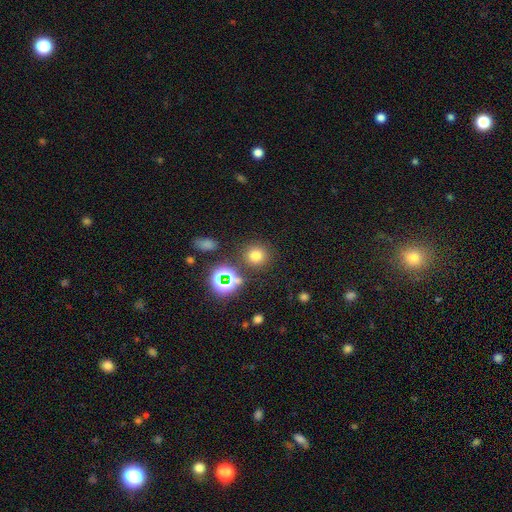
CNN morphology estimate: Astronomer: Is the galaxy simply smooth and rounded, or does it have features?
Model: smooth — 70%.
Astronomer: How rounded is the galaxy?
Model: round — 89%.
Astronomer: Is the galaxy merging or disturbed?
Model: none — 83%.